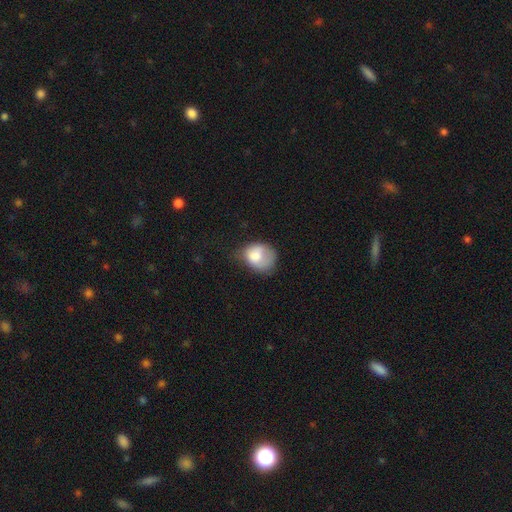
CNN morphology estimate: The model was most divided on "how rounded": in between: 52%, round: 47%, cigar-shaped: 1%. Remaining: smooth or featured — smooth (75%); merging — minor disturbance (39%).